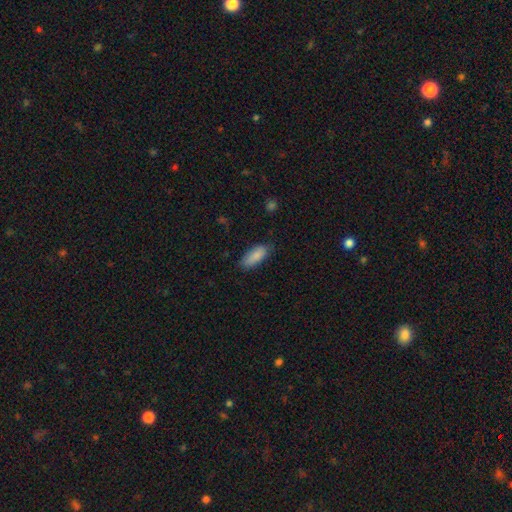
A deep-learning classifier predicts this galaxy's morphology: This appears to be a smooth galaxy with no disk features (87%) that is in between round and cigar-shaped (78%). Merging: none (79%).